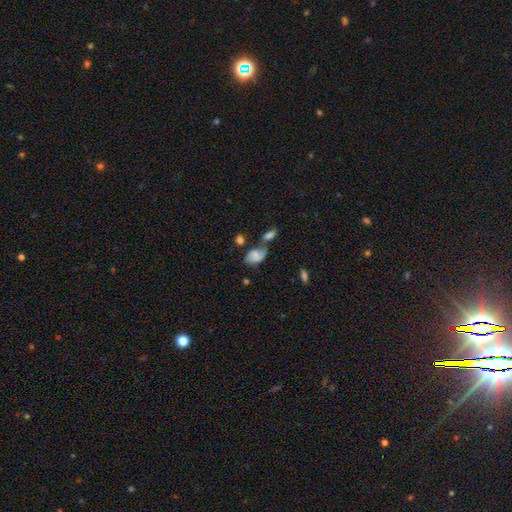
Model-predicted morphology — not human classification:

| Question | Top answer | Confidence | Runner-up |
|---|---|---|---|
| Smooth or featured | smooth | 63% | featured or disk (27%) |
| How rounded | in between | 85% | round (13%) |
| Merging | none | 37% | merger (31%) |